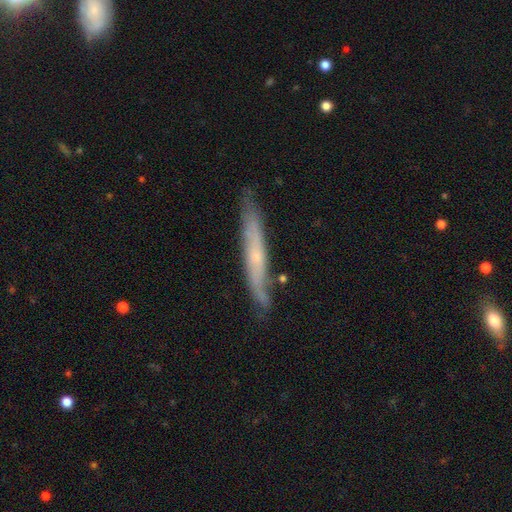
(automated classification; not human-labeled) smooth_or_featured: featured or disk (p=0.61) [alt: smooth p=0.33]
disk_edge_on: yes (p=0.76) [alt: no p=0.24]
merging: none (p=0.76) [alt: minor disturbance p=0.18]